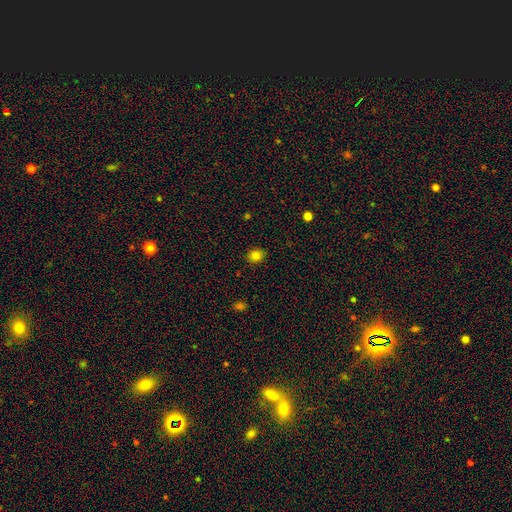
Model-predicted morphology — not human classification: A smooth galaxy with no disk features (81%) that is round (69%).

Vote fractions:
- Smooth or featured? smooth: 81% / star or artifact: 13% / featured or disk: 5%
- How rounded? round: 69% / in between: 30% / cigar-shaped: 1%
- Merging? none: 88% / minor disturbance: 8% / major disturbance: 2% / merger: 1%